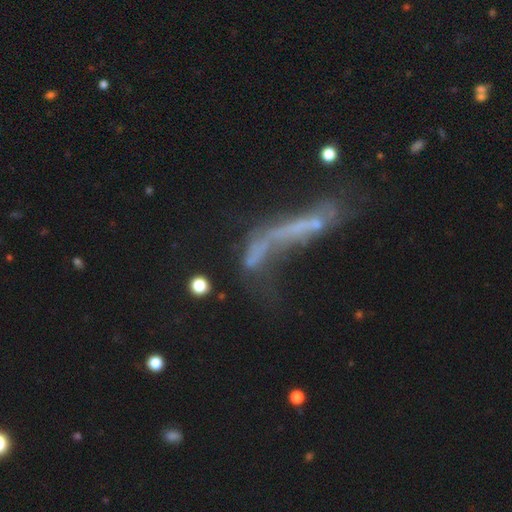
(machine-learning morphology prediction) smooth 44%, featured or disk 36%, star or artifact 20%. Down the decision tree: merging — none (32%).